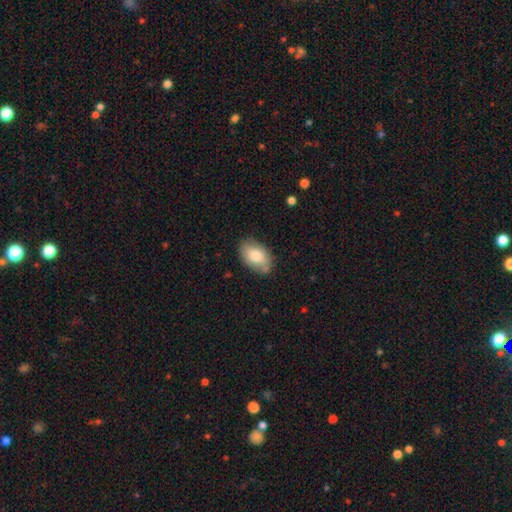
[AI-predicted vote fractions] Smooth or featured: smooth — 78% (featured or disk — 15%)
How rounded: in between — 91% (round — 8%)
Merging: none — 76% (minor disturbance — 18%)